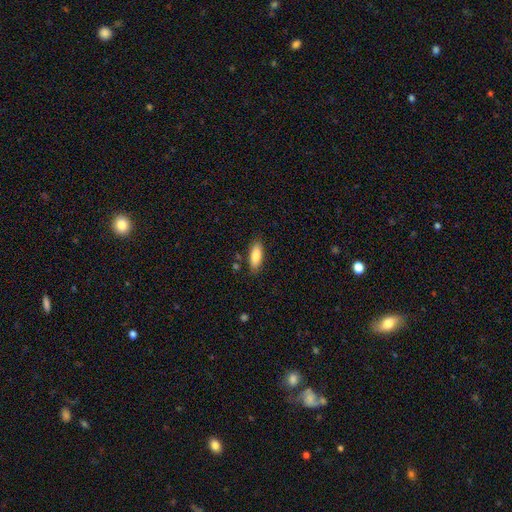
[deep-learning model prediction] smooth 86%, featured or disk 7%, star or artifact 6%. Down the decision tree: how rounded — in between (73%); merging — none (83%).